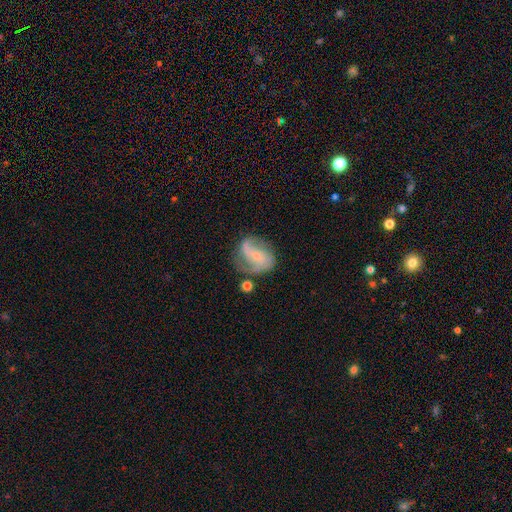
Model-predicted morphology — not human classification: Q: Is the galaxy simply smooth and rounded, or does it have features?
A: featured or disk — 67%.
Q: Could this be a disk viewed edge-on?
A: no — 97%.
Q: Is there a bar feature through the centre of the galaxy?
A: no — 48%.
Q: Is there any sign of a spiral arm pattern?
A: yes — 87%.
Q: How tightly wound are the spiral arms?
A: loose — 45%.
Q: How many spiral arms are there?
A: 2 — 72%.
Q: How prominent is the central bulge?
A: small — 68%.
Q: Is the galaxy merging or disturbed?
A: none — 51%.